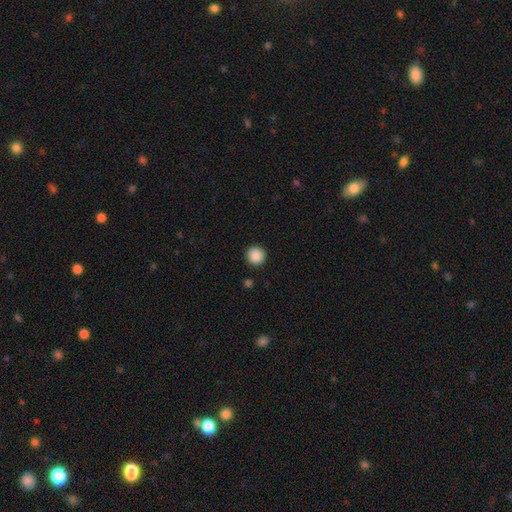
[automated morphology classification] A smooth galaxy with no disk features (89%) that is round (95%). Merging: none (92%).